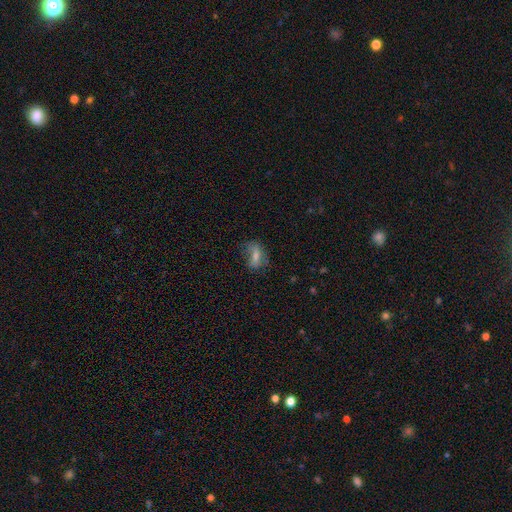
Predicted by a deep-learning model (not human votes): A smooth galaxy with no disk features (50%).

Vote fractions:
- Smooth or featured? smooth: 50% / featured or disk: 34% / star or artifact: 16%
- Merging? none: 57% / minor disturbance: 25% / major disturbance: 16% / merger: 3%